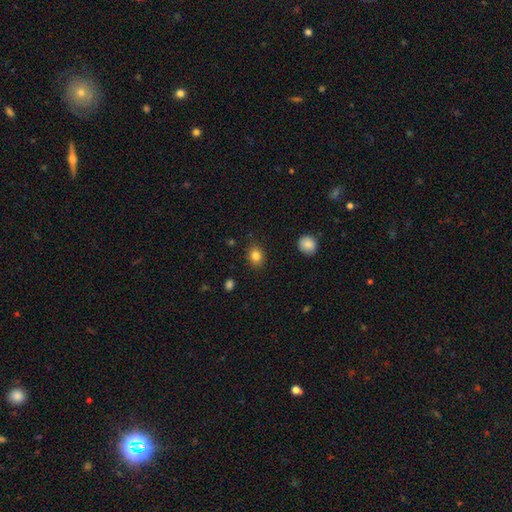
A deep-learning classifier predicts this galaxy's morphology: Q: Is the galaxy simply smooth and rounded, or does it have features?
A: smooth — 84%.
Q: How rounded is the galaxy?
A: round — 53%.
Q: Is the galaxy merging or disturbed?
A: none — 87%.